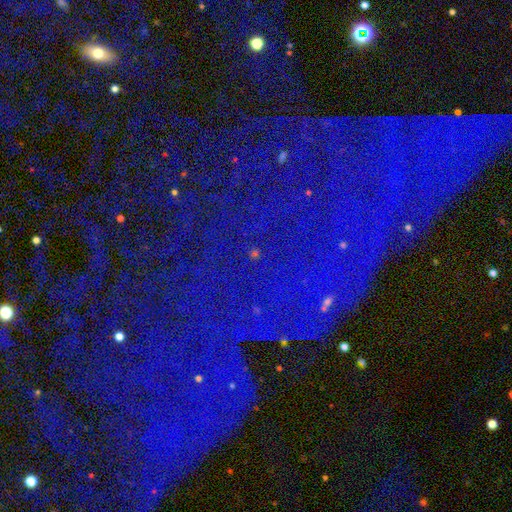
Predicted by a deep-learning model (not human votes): star or artifact 82%, smooth 9%, featured or disk 9%.